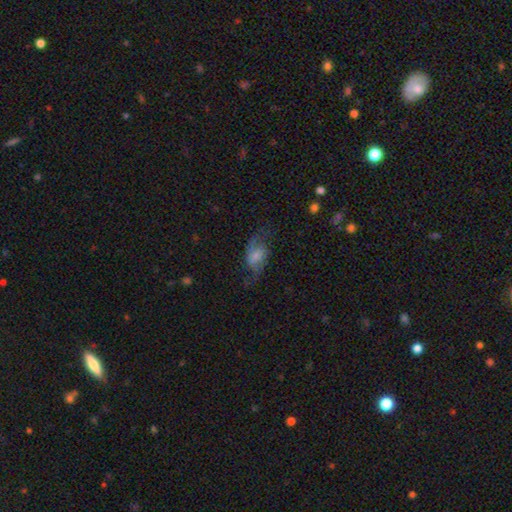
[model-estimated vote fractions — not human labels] Q: Smooth or featured?
A: featured or disk (62%); runner-up: smooth (30%)
Q: Edge-on disk?
A: no (95%); runner-up: yes (5%)
Q: Bar?
A: weak (45%); runner-up: no (40%)
Q: Spiral arms?
A: yes (87%); runner-up: no (13%)
Q: Spiral winding?
A: loose (58%); runner-up: medium (34%)
Q: Spiral arm count?
A: 2 (87%); runner-up: can't tell (6%)
Q: Bulge size?
A: small (31%); runner-up: moderate (30%)
Q: Merging?
A: none (57%); runner-up: major disturbance (21%)